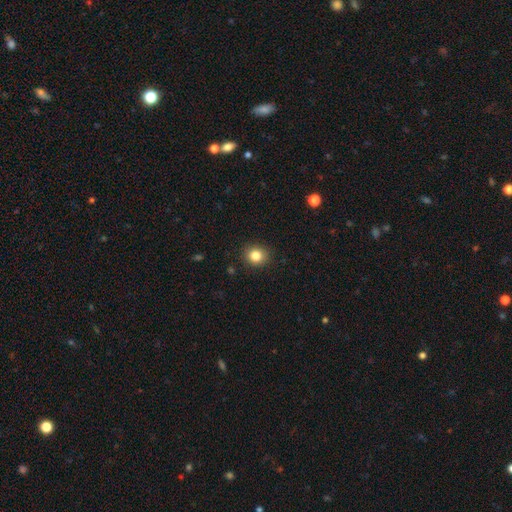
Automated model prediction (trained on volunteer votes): Smooth or featured? smooth (84%)
How rounded? round (78%)
Merging? none (90%)